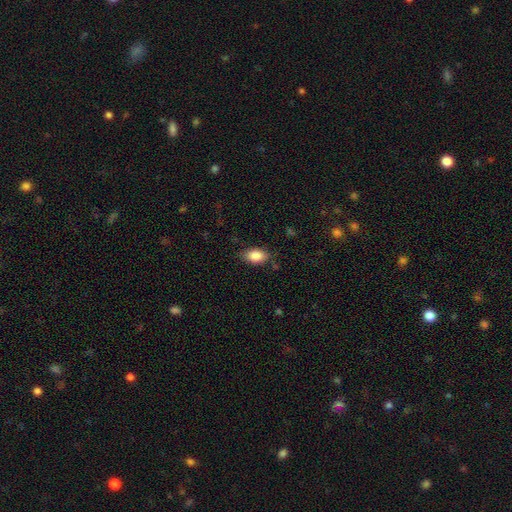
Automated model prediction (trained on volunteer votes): This appears to be a smooth galaxy with no disk features (86%) that is in between round and cigar-shaped (89%). Merging: none (80%).